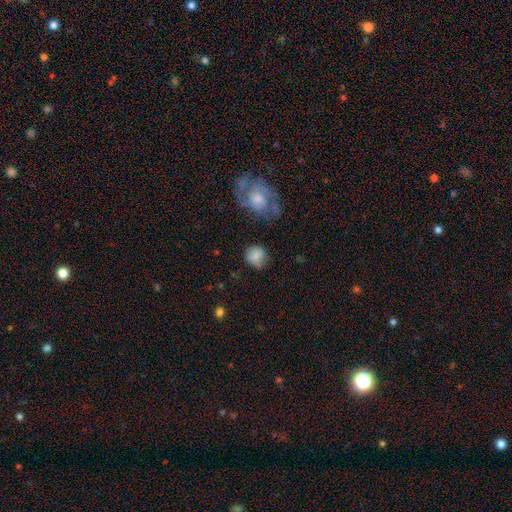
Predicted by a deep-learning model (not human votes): A smooth galaxy with no disk features (80%) that is round (76%).

Vote fractions:
- Smooth or featured? smooth: 80% / featured or disk: 11% / star or artifact: 9%
- How rounded? round: 76% / in between: 22% / cigar-shaped: 1%
- Merging? none: 67% / minor disturbance: 22% / major disturbance: 8% / merger: 3%